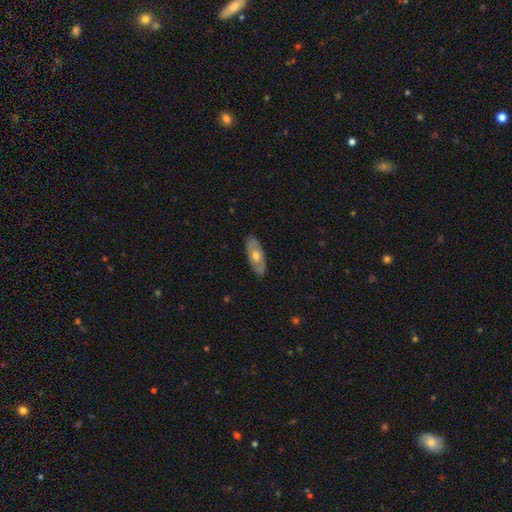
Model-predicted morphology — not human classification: A featured or disk galaxy (50%).

Vote fractions:
- Smooth or featured? featured or disk: 50% / smooth: 45% / star or artifact: 5%
- Merging? none: 85% / minor disturbance: 12% / major disturbance: 2% / merger: 1%